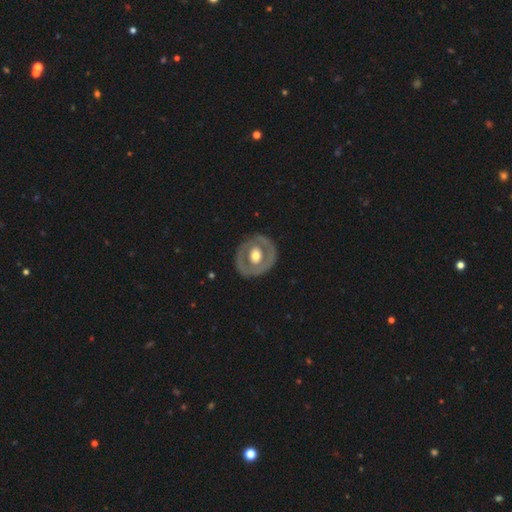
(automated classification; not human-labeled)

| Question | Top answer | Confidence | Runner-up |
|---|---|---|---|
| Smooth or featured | featured or disk | 61% | smooth (34%) |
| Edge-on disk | no | 95% | yes (5%) |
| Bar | no | 76% | weak (17%) |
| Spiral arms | no | 83% | yes (17%) |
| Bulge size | moderate | 65% | large (26%) |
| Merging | none | 80% | minor disturbance (14%) |